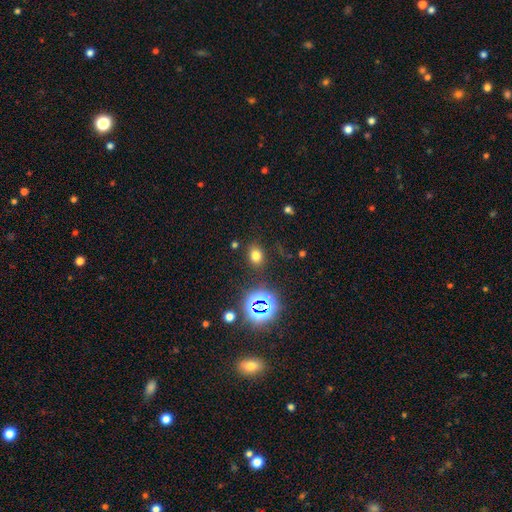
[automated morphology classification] A smooth galaxy with no disk features (69%) that is in between round and cigar-shaped (58%).

Vote fractions:
- Smooth or featured? smooth: 69% / star or artifact: 24% / featured or disk: 8%
- How rounded? in between: 58% / round: 41% / cigar-shaped: 1%
- Merging? none: 83% / minor disturbance: 10% / major disturbance: 4% / merger: 3%